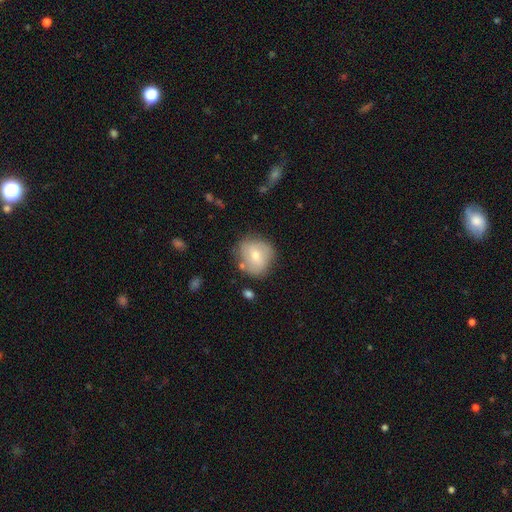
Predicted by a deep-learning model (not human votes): Overall: smooth (65%; featured or disk 27%). How rounded: round (81%). Merging: none (71%).